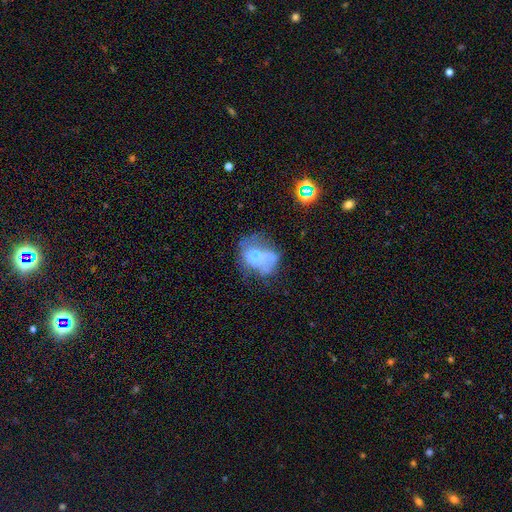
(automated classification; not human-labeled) smooth-or-featured: featured or disk: 46% | smooth: 41% | star or artifact: 13%
  merging: none: 36% | minor disturbance: 28% | major disturbance: 26% | merger: 10%